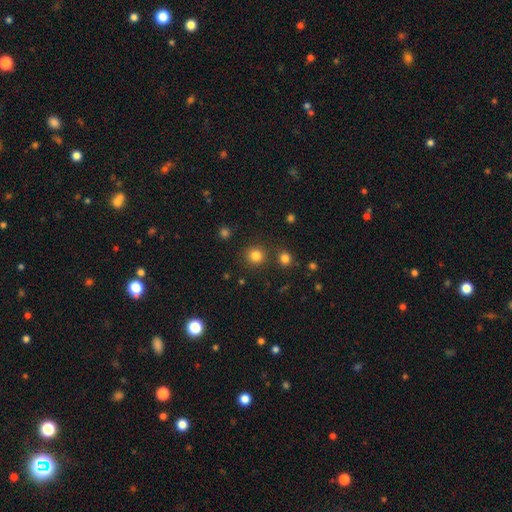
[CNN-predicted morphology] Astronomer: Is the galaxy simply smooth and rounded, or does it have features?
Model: smooth — 82%.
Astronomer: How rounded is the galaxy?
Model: round — 92%.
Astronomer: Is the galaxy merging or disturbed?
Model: none — 86%.